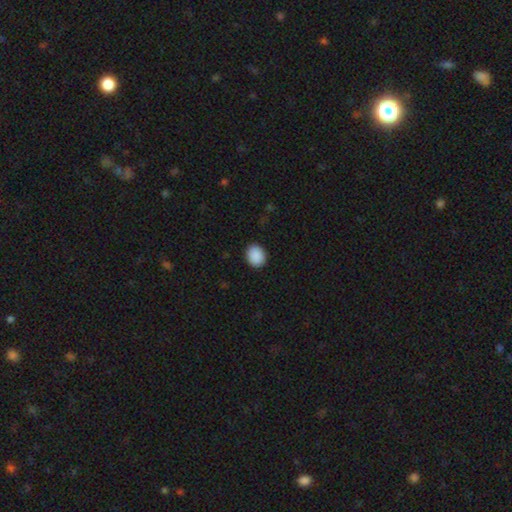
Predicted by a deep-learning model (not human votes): Q: Smooth or featured?
A: smooth (90%); runner-up: star or artifact (8%)
Q: How rounded?
A: round (58%); runner-up: in between (42%)
Q: Merging?
A: none (91%); runner-up: minor disturbance (7%)